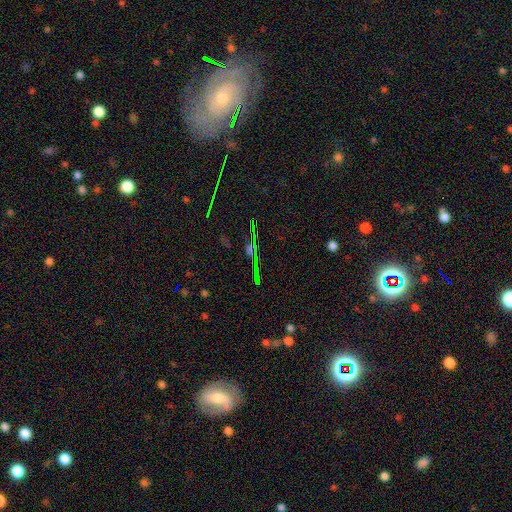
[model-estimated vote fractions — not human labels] smooth-or-featured: star or artifact: 72% | featured or disk: 16% | smooth: 13%